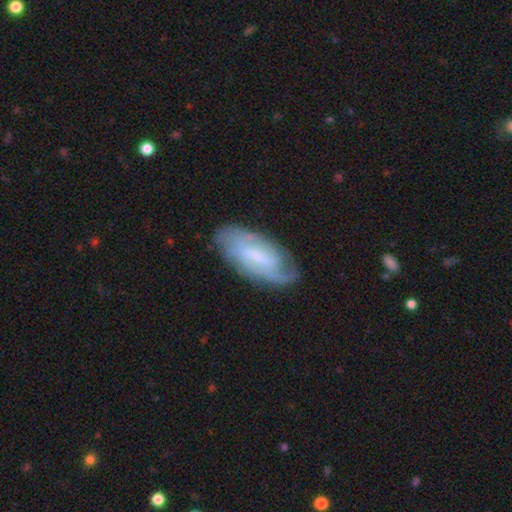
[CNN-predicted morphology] smooth-or-featured: featured or disk: 66% | smooth: 27% | star or artifact: 6%
  disk-edge-on: no: 91% | yes: 9%
    bar: weak: 49% | no: 31% | strong: 20%
    has-spiral-arms: yes: 87% | no: 13%
      spiral-winding: tight: 52% | medium: 35% | loose: 13%
      spiral-arm-count: can't tell: 42% | 2: 34% | 3: 9% | 1: 9% | 4: 3% | more than 4: 3%
    bulge-size: small: 38% | moderate: 28% | none: 26% | large: 7% | dominant: 1%
  merging: none: 73% | minor disturbance: 19% | major disturbance: 6% | merger: 1%